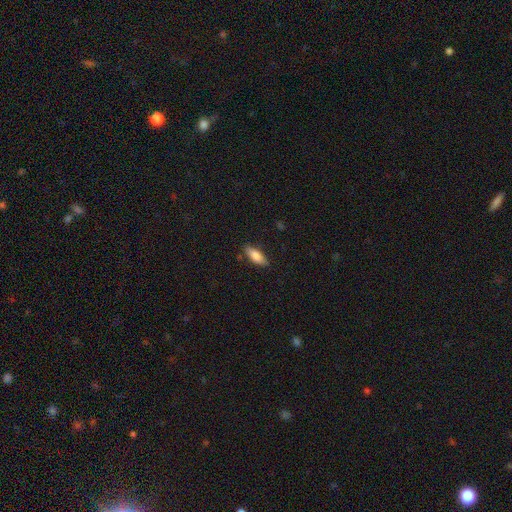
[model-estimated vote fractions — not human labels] Smooth or featured: smooth — 81% (featured or disk — 12%)
How rounded: in between — 68% (cigar-shaped — 30%)
Merging: none — 82% (minor disturbance — 14%)